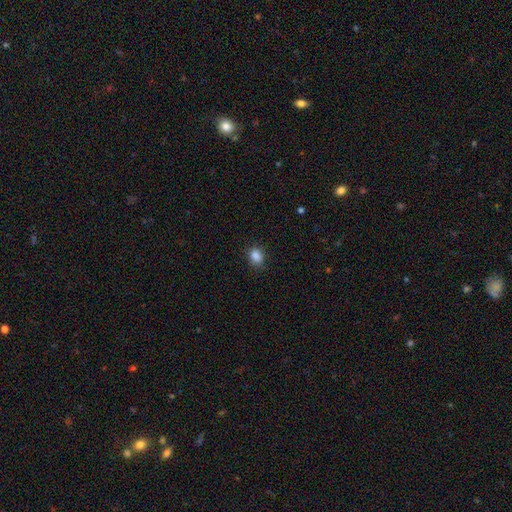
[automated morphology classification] smooth_or_featured: smooth (p=0.87) [alt: star or artifact p=0.10]
how_rounded: in between (p=0.61) [alt: round p=0.38]
merging: none (p=0.84) [alt: minor disturbance p=0.12]